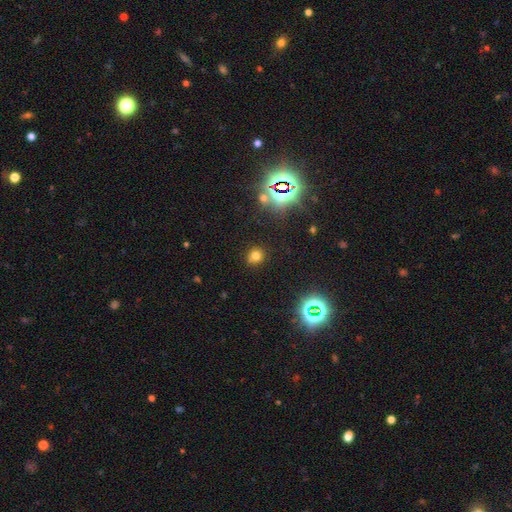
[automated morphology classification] The model was most divided on "smooth or featured": smooth: 69%, star or artifact: 23%, featured or disk: 8%. More confident: merging — none (86%); how rounded — round (80%).